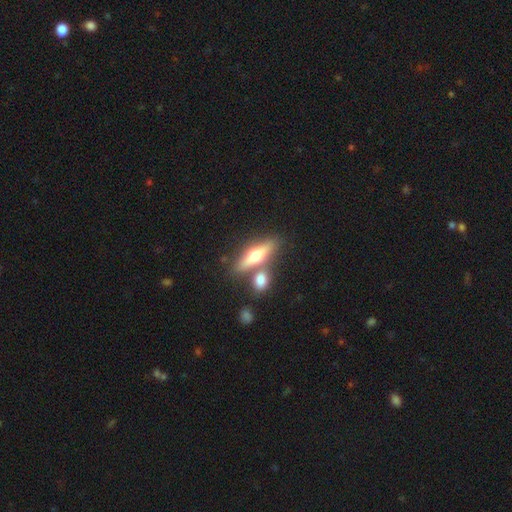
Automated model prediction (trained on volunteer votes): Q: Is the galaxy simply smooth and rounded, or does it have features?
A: featured or disk — 51%.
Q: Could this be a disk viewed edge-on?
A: yes — 88%.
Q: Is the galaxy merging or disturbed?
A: none — 63%.